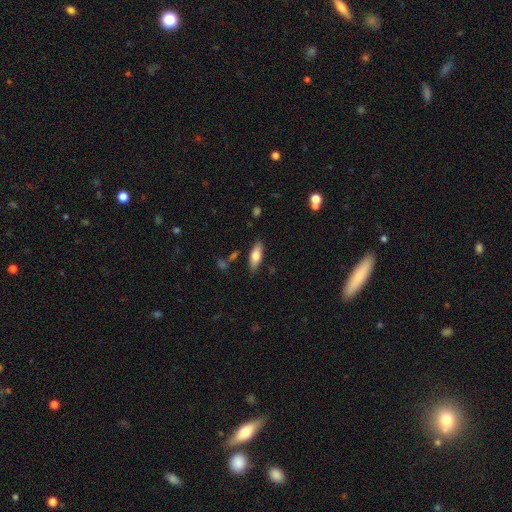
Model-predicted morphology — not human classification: type=smooth (69%); roundness=in between (65%); merging=none (84%).